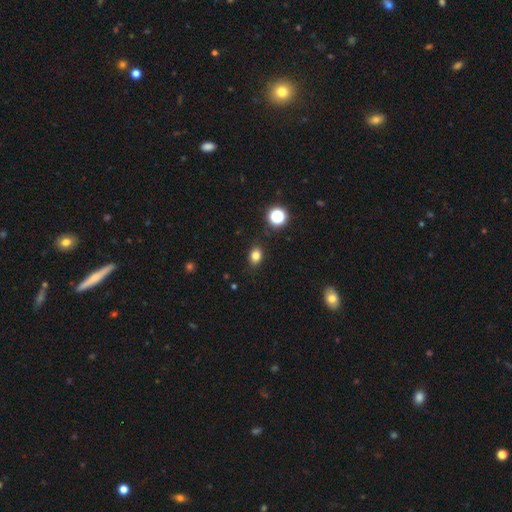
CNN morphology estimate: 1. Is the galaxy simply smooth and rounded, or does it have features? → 81% smooth, 14% star or artifact, 6% featured or disk.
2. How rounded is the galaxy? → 59% in between, 40% round, 1% cigar-shaped.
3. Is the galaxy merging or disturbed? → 87% none, 9% minor disturbance, 2% major disturbance, 1% merger.